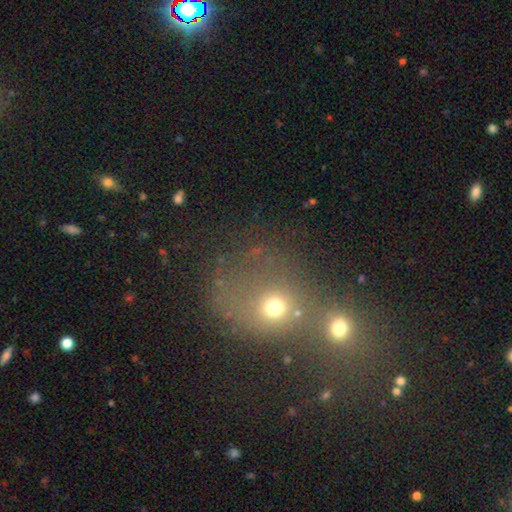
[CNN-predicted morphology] A smooth galaxy with no disk features (50%) that is round (76%).

Vote fractions:
- Smooth or featured? smooth: 50% / star or artifact: 33% / featured or disk: 17%
- How rounded? round: 76% / in between: 23% / cigar-shaped: 1%
- Merging? merger: 66% / none: 20% / major disturbance: 8% / minor disturbance: 6%